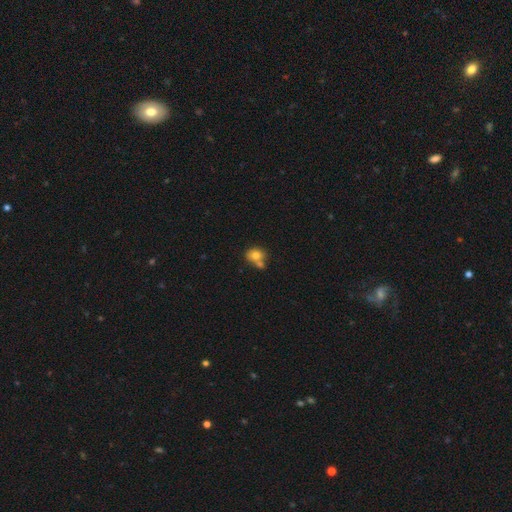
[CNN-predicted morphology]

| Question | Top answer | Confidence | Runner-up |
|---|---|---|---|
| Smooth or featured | smooth | 77% | featured or disk (13%) |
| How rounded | round | 63% | in between (36%) |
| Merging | none | 43% | merger (41%) |